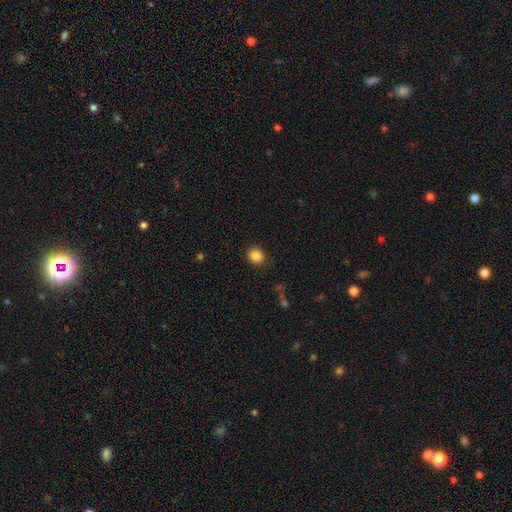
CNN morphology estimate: type=smooth (86%); roundness=round (80%); merging=none (90%).